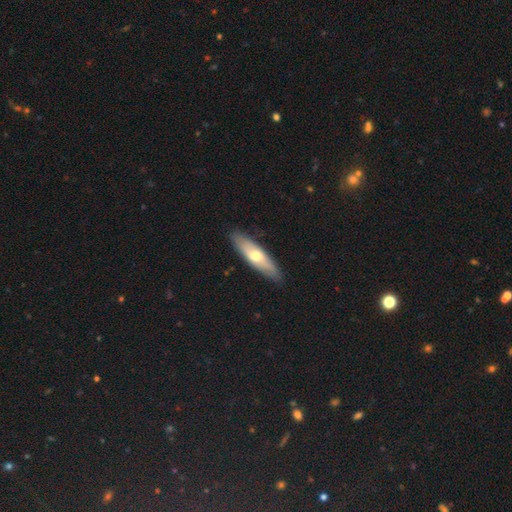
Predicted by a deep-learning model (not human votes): The model was most divided on "smooth or featured": smooth: 55%, featured or disk: 39%, star or artifact: 5%. More confident: merging — none (88%); how rounded — cigar-shaped (58%).